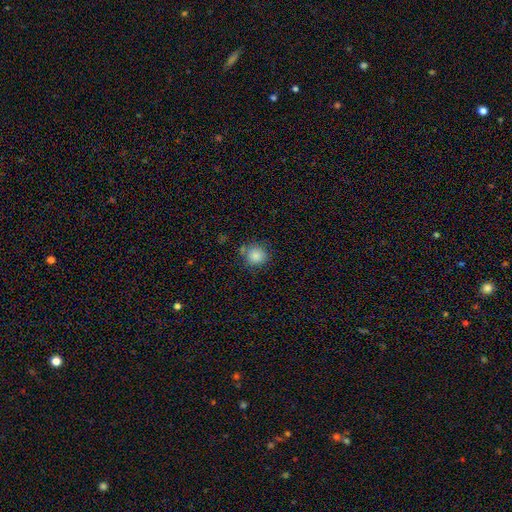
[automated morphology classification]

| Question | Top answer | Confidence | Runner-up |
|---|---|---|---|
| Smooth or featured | smooth | 85% | star or artifact (10%) |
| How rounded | round | 89% | in between (10%) |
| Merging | none | 77% | minor disturbance (13%) |